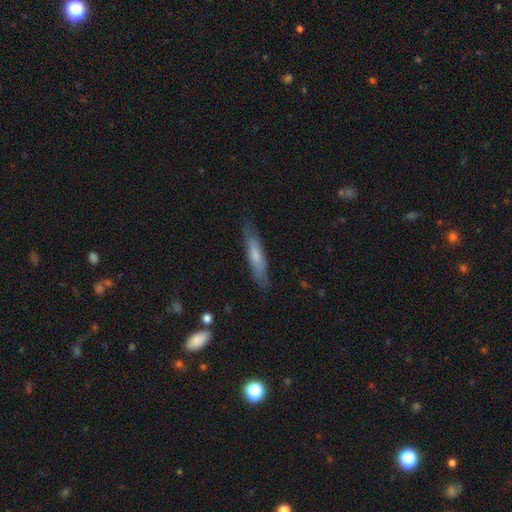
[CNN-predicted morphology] This is likely a smooth galaxy (62%). How rounded: clearly cigar-shaped (85%). Merging: clearly none (81%).